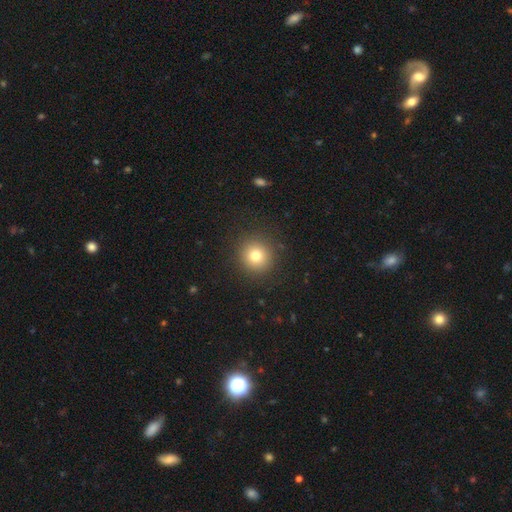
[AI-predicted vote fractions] Q: Smooth or featured?
A: smooth (77%); runner-up: star or artifact (13%)
Q: How rounded?
A: round (94%); runner-up: in between (5%)
Q: Merging?
A: none (90%); runner-up: minor disturbance (6%)